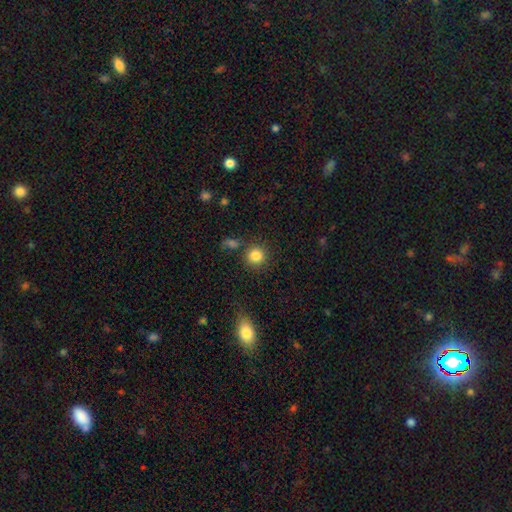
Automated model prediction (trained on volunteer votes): Smooth or featured? Predicted: smooth (p=0.84). How rounded? Predicted: round (p=0.91). Merging? Predicted: none (p=0.81).